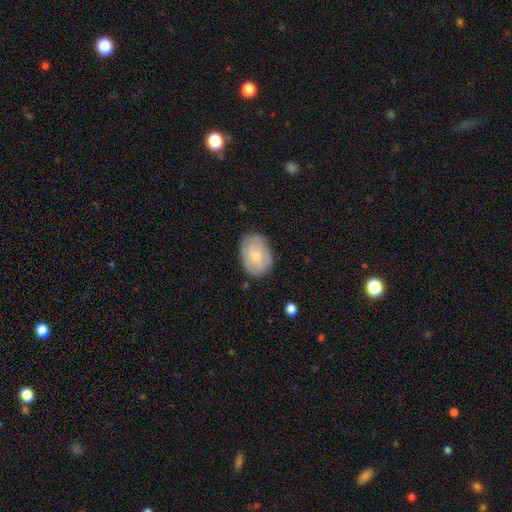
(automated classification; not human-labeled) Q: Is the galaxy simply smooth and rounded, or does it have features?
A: smooth — 48%.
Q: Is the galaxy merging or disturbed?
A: none — 78%.